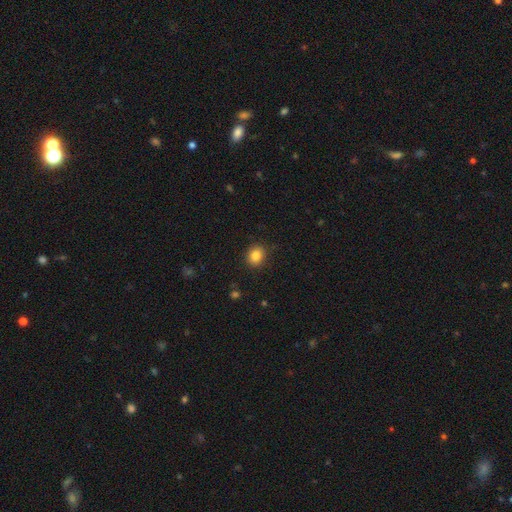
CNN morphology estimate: type=smooth (84%); roundness=round (71%); merging=none (89%).